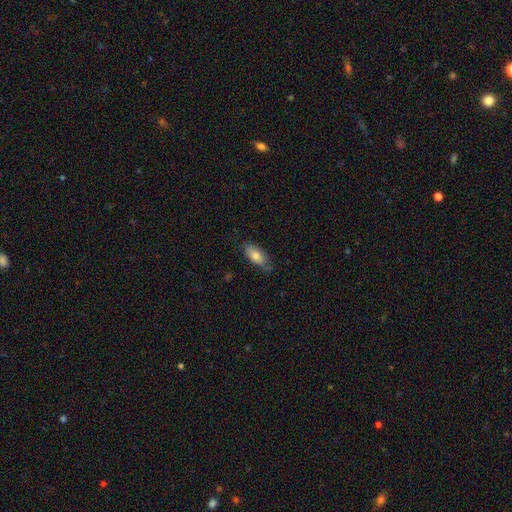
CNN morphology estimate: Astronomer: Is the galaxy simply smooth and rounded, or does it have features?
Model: smooth — 77%.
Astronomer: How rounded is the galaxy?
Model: in between — 86%.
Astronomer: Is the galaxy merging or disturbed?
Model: none — 71%.